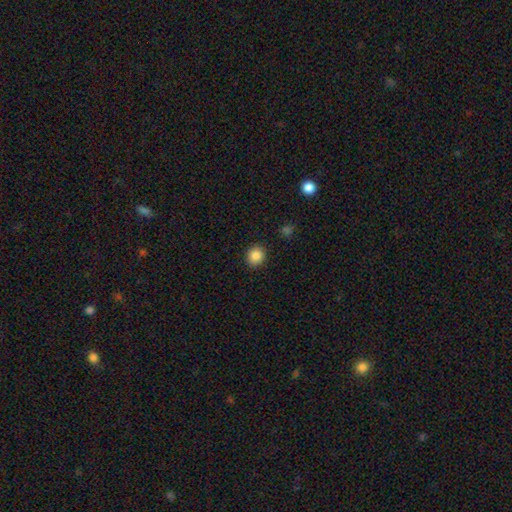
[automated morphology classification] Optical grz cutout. It shows a smooth galaxy with no disk features (87%) that is round (84%). Merging: none (91%).